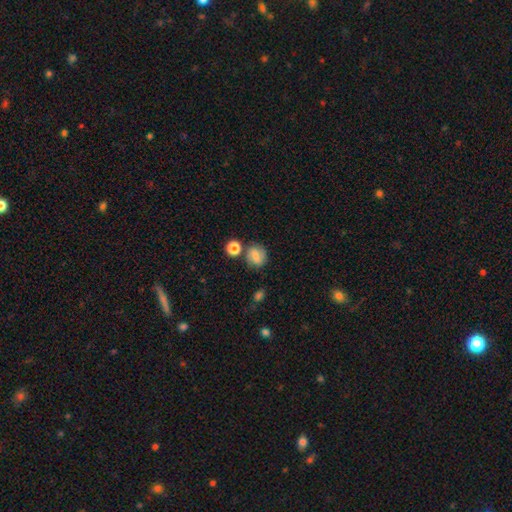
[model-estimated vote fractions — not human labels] This appears to be a smooth galaxy with no disk features (72%) that is round (64%). Merging: none (68%).